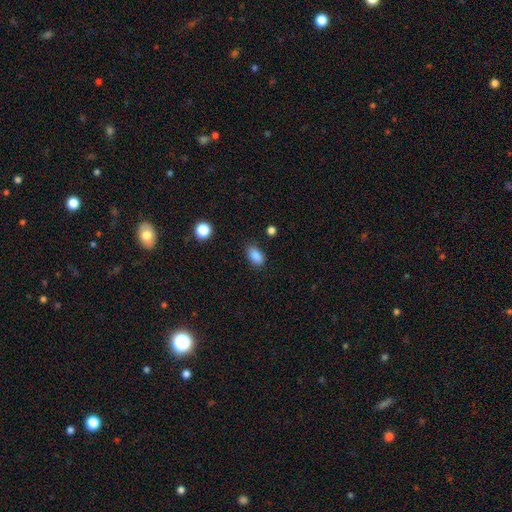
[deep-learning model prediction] Smooth or featured?
  - smooth: 86% *
  - star or artifact: 9%
  - featured or disk: 5%
How rounded?
  - in between: 87% *
  - round: 11%
  - cigar-shaped: 2%
Merging?
  - none: 81% *
  - minor disturbance: 14%
  - major disturbance: 3%
  - merger: 2%